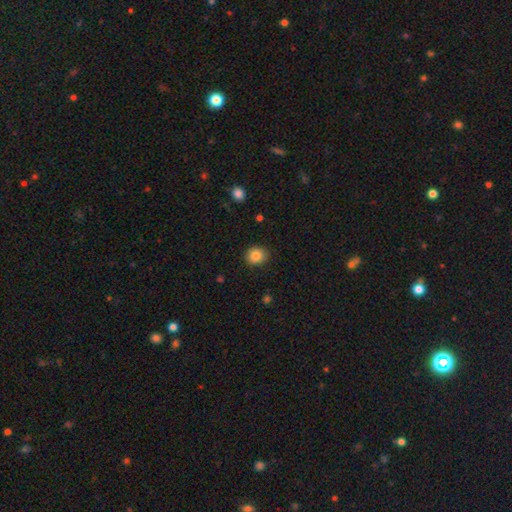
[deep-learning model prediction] Q: Smooth or featured?
A: smooth (86%); runner-up: star or artifact (9%)
Q: How rounded?
A: round (75%); runner-up: in between (24%)
Q: Merging?
A: none (86%); runner-up: minor disturbance (10%)